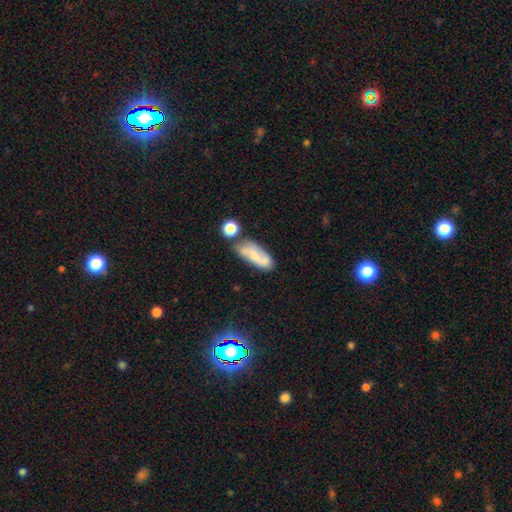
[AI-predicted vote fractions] This is possibly a smooth galaxy (45%, tied with featured or disk). Merging: possibly none (55%).